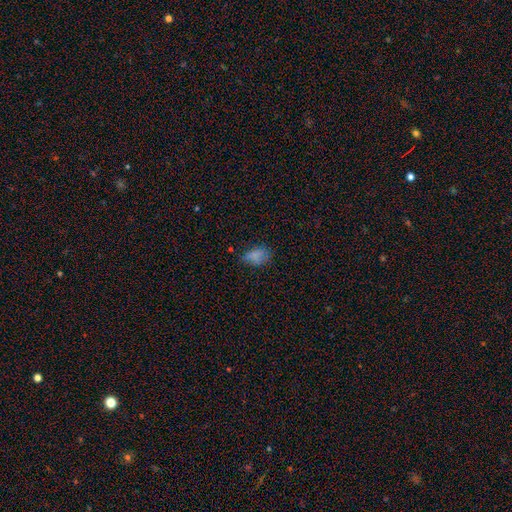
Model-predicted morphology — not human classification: Overall: smooth (77%). How rounded: in between (85%). Merging: none (58%; minor disturbance 29%).